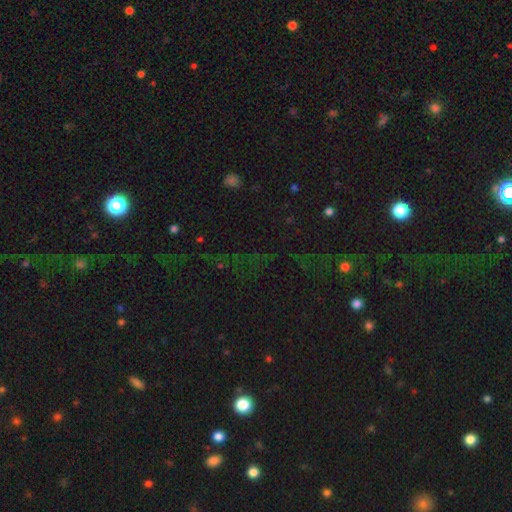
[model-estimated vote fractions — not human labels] Overall: star or artifact (69%).